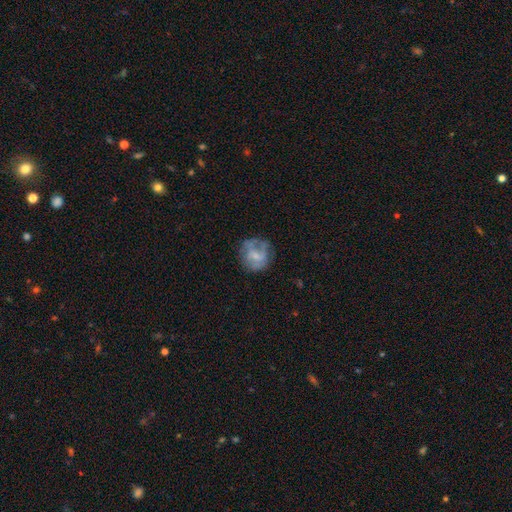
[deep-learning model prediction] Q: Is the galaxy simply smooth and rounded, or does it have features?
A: featured or disk — 54%.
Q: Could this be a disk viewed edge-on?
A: no — 98%.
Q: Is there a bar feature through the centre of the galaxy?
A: no — 45%, tied with weak.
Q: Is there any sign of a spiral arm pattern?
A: yes — 66%.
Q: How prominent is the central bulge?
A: small — 45%.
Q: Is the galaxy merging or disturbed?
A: none — 63%.